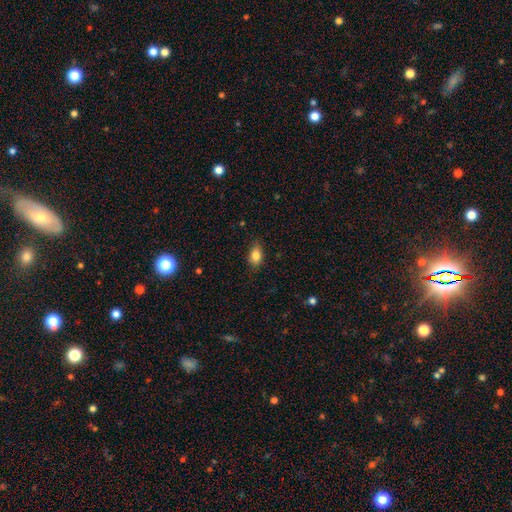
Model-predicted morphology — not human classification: Smooth or featured? smooth (84%)
How rounded? in between (86%)
Merging? none (82%)